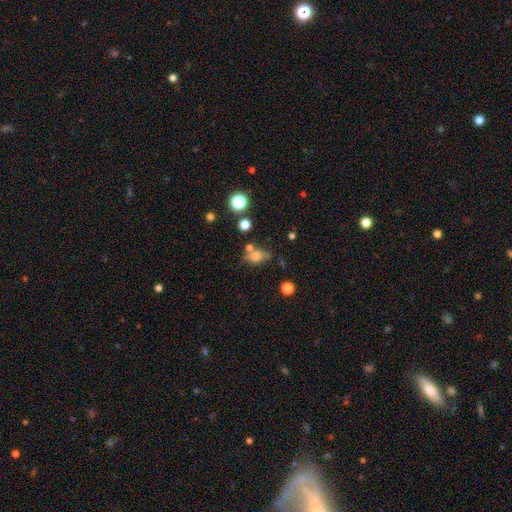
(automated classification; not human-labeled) Smooth or featured: smooth — 71% (featured or disk — 15%)
How rounded: in between — 72% (round — 23%)
Merging: none — 55% (minor disturbance — 21%)